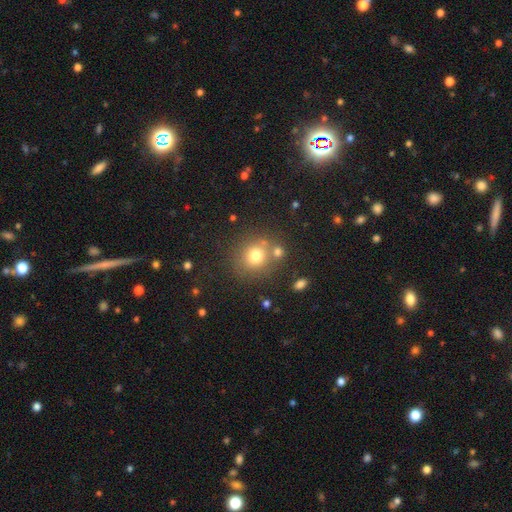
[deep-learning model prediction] smooth_or_featured: smooth (p=0.74) [alt: star or artifact p=0.15]
how_rounded: round (p=0.87) [alt: in between p=0.12]
merging: none (p=0.71) [alt: merger p=0.15]